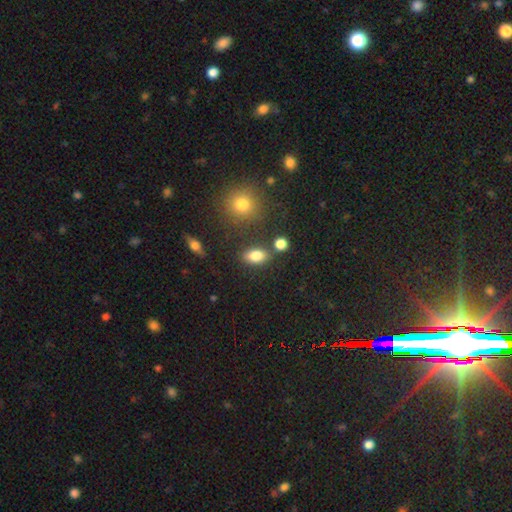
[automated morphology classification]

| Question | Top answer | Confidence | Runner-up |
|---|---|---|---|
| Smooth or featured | smooth | 81% | star or artifact (10%) |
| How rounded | in between | 85% | round (11%) |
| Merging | none | 78% | minor disturbance (11%) |